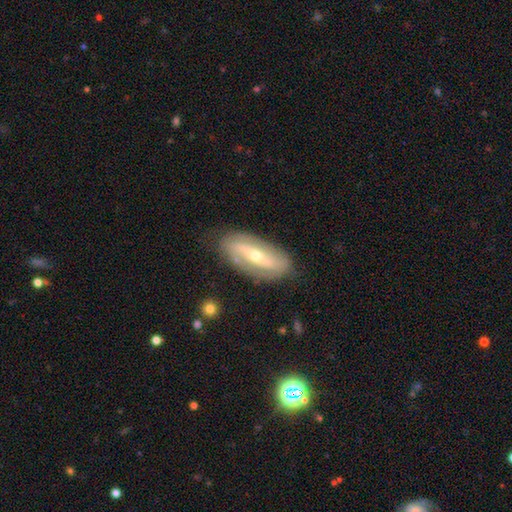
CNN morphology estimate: This appears to be a featured or disk galaxy (72%) with a strong bar (41%), spiral arms (75%) and a small central bulge (55%). Merging: none (81%).